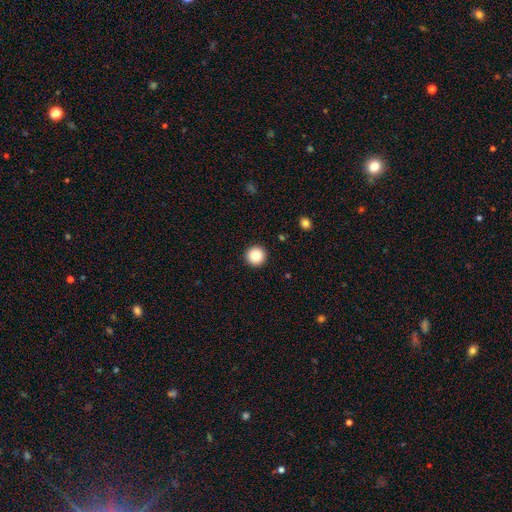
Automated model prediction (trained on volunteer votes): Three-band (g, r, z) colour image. It shows a smooth galaxy with no disk features (84%) that is round (97%). Merging: none (93%).